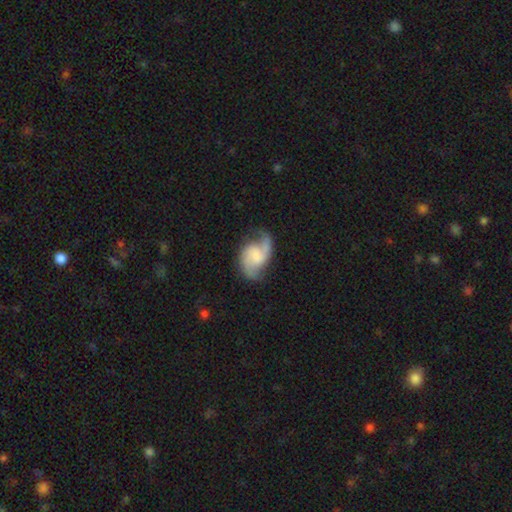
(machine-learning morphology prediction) Smooth or featured? featured or disk (83%)
Edge-on disk? no (98%)
Bar? no (45%)
Spiral arms? yes (96%)
Spiral winding? loose (45%)
Spiral arm count? 2 (90%)
Bulge size? none (37%)
Merging? none (69%)